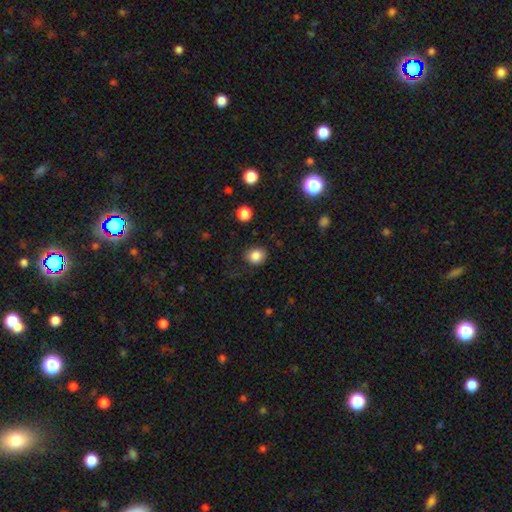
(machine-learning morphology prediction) This is clearly a smooth galaxy (85%). How rounded: likely round (72%). Merging: clearly none (81%).